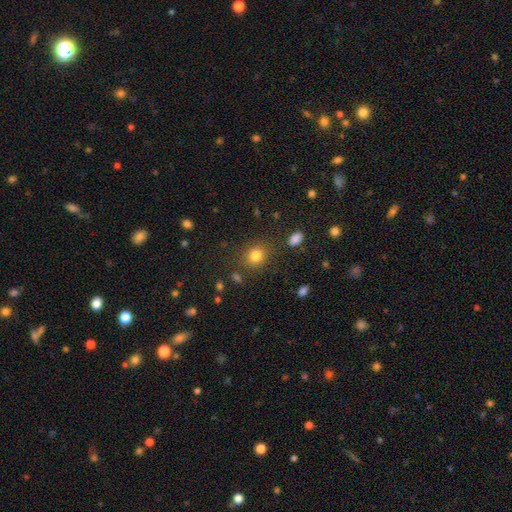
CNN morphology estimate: smooth 81%, star or artifact 13%, featured or disk 6%. Down the decision tree: how rounded — round (74%); merging — none (83%).